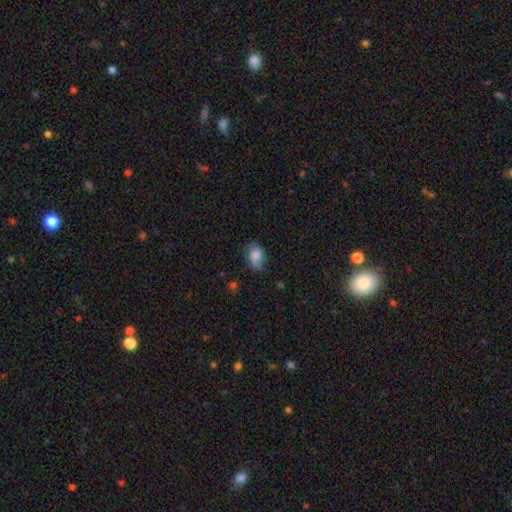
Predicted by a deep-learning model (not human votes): Smooth or featured: smooth — 73% (featured or disk — 19%)
How rounded: in between — 79% (round — 20%)
Merging: none — 61% (minor disturbance — 29%)